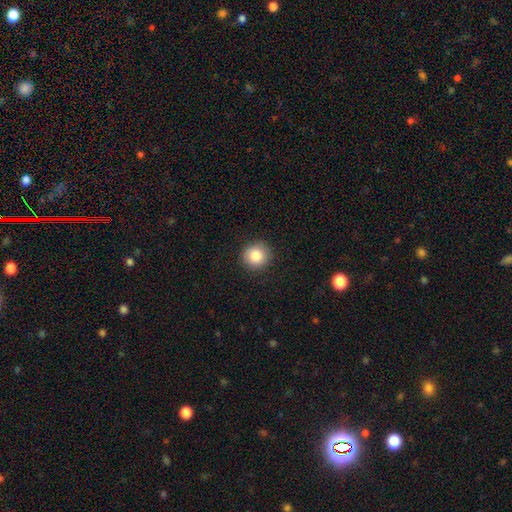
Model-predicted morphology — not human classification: Smooth or featured? smooth (85%)
How rounded? round (92%)
Merging? none (90%)